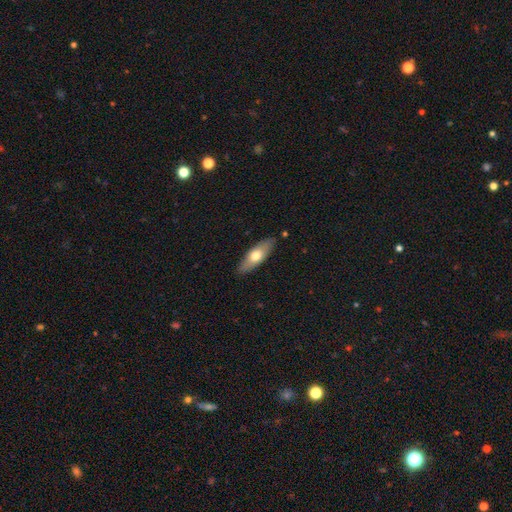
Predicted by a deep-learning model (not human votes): The model was most divided on "how rounded": in between: 60%, cigar-shaped: 38%, round: 3%. More confident: merging — none (87%); smooth or featured — smooth (60%).